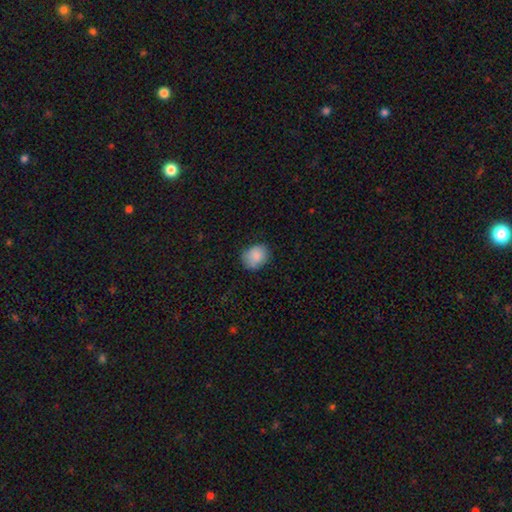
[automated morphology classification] This is clearly a smooth galaxy (85%). How rounded: possibly round (51%). Merging: likely none (73%).